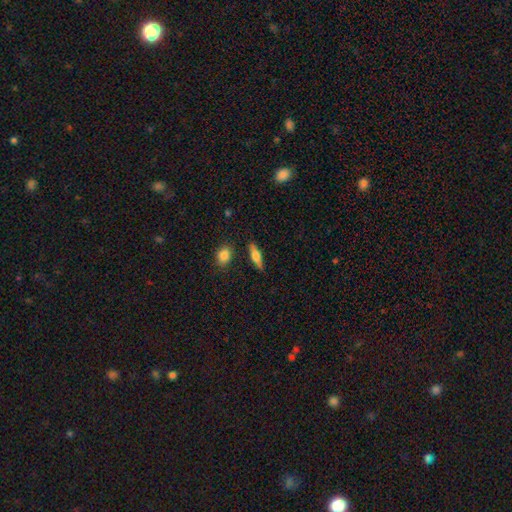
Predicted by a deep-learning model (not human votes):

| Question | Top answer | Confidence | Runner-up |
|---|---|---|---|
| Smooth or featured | smooth | 58% | featured or disk (35%) |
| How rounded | cigar-shaped | 54% | in between (43%) |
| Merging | none | 83% | minor disturbance (11%) |